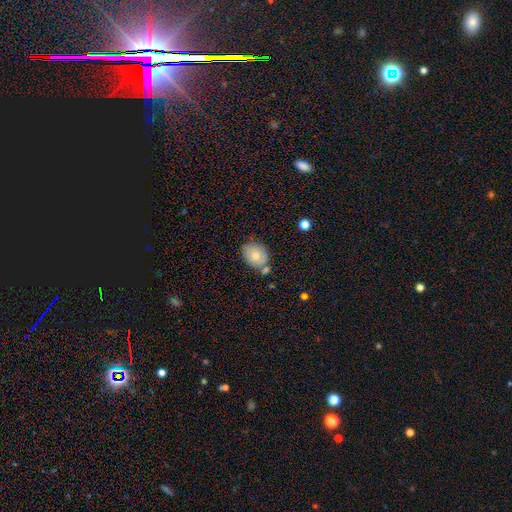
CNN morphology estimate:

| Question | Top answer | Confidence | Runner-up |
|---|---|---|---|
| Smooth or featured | smooth | 74% | featured or disk (18%) |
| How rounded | in between | 62% | round (37%) |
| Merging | none | 61% | minor disturbance (19%) |